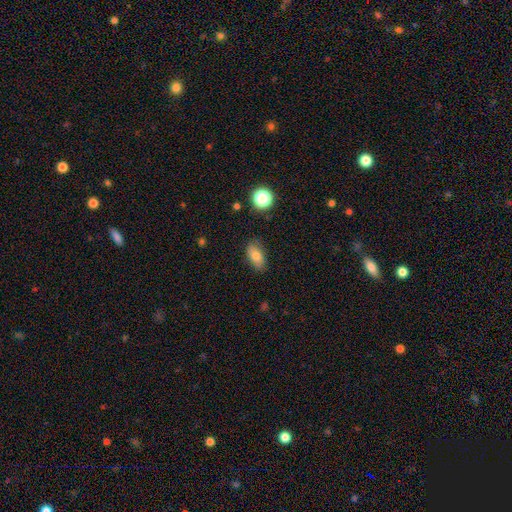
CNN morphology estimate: Smooth or featured: smooth — 78% (featured or disk — 12%)
How rounded: in between — 87% (cigar-shaped — 7%)
Merging: none — 80% (minor disturbance — 16%)